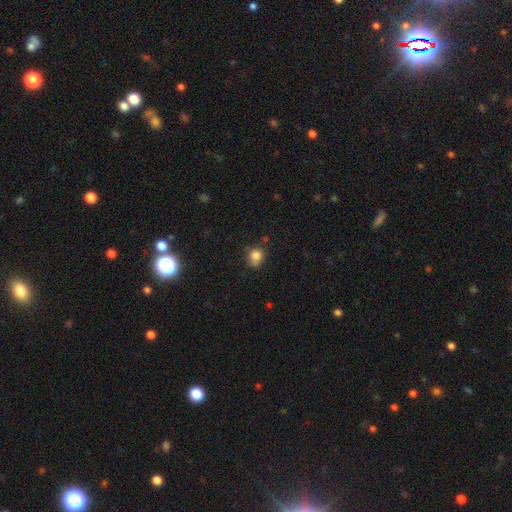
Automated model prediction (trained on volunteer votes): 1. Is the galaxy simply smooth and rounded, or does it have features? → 81% smooth, 12% star or artifact, 8% featured or disk.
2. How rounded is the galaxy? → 66% round, 33% in between, 1% cigar-shaped.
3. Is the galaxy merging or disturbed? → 57% none, 28% minor disturbance, 8% major disturbance, 7% merger.